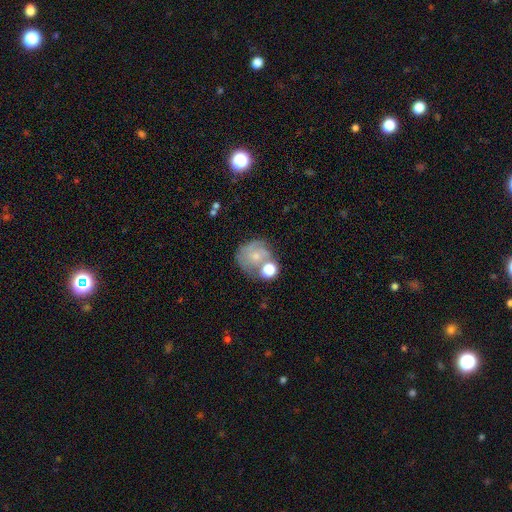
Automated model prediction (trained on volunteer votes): Smooth or featured? Predicted: smooth (p=0.50). Merging? Predicted: none (p=0.41).